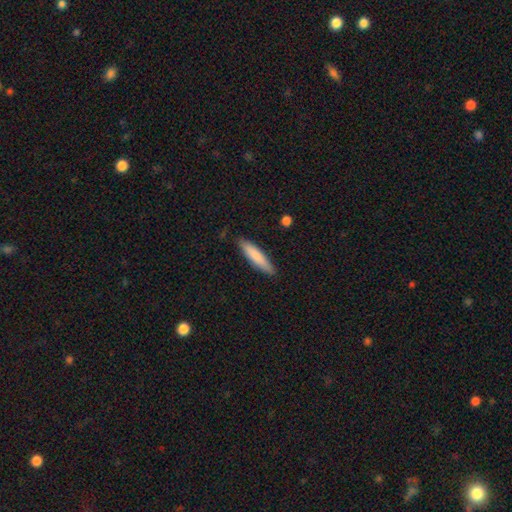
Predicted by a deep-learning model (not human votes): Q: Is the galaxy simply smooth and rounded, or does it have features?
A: smooth — 81%.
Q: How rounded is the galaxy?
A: cigar-shaped — 83%.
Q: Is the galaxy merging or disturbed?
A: none — 86%.